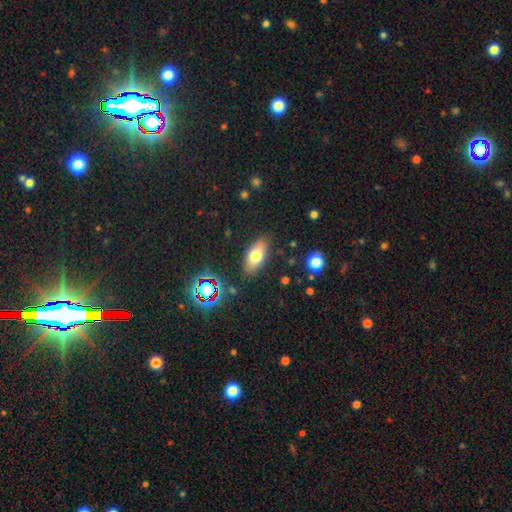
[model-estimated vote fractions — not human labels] The model was most divided on "smooth or featured": smooth: 71%, featured or disk: 19%, star or artifact: 10%. More confident: how rounded — in between (86%); merging — none (84%).